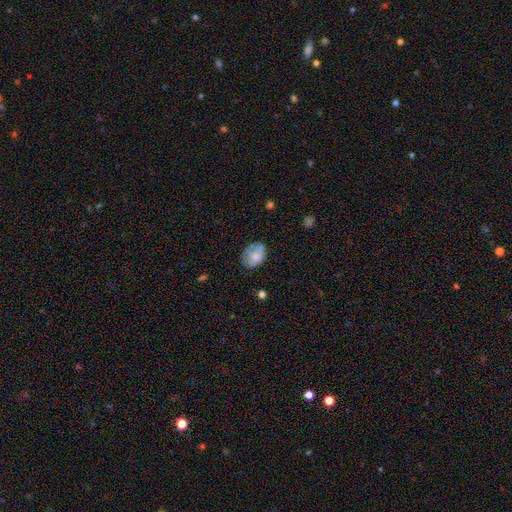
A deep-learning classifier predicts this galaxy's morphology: This appears to be a smooth galaxy with no disk features (65%) that is in between round and cigar-shaped (71%). Merging: none (56%).